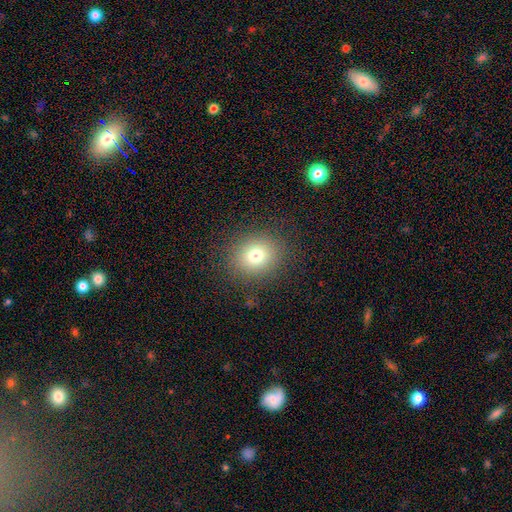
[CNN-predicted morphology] Smooth or featured?
  - smooth: 75% *
  - star or artifact: 15%
  - featured or disk: 10%
How rounded?
  - round: 78% *
  - in between: 21%
  - cigar-shaped: 1%
Merging?
  - none: 86% *
  - minor disturbance: 8%
  - major disturbance: 4%
  - merger: 1%